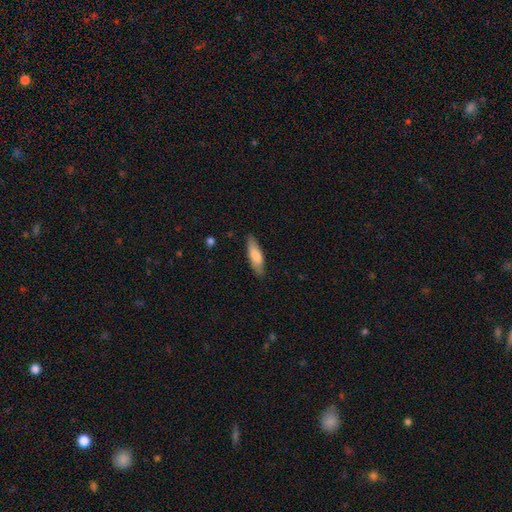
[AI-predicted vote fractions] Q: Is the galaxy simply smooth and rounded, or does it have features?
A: smooth — 73%.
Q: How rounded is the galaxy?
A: cigar-shaped — 57%.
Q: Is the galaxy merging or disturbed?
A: none — 82%.